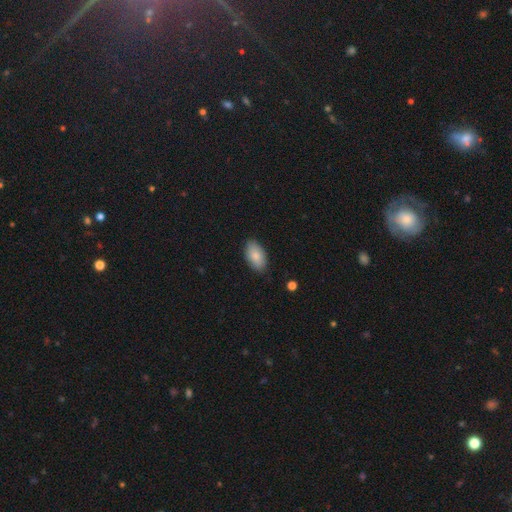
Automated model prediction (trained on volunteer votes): smooth-or-featured: smooth: 83% | featured or disk: 10% | star or artifact: 6%
  how-rounded: in between: 94% | round: 4% | cigar-shaped: 2%
  merging: none: 83% | minor disturbance: 13% | major disturbance: 2% | merger: 1%